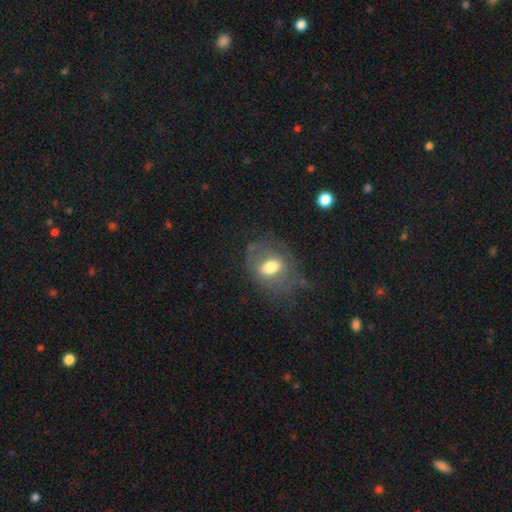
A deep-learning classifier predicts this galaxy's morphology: smooth 42%, featured or disk 36%, star or artifact 22%. Down the decision tree: merging — none (65%).